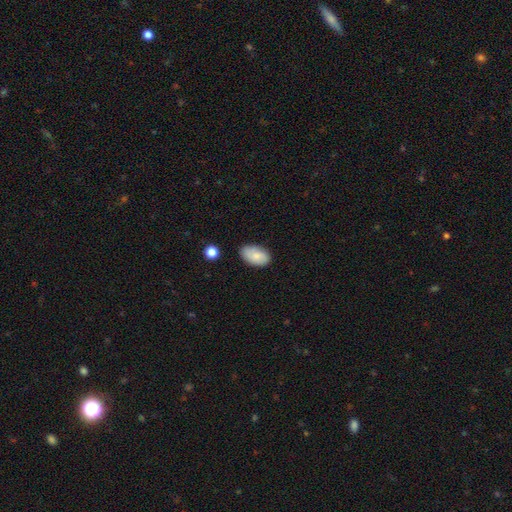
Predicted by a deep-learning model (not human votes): Smooth or featured?
  - smooth: 79% *
  - featured or disk: 14%
  - star or artifact: 7%
How rounded?
  - in between: 93% *
  - round: 6%
  - cigar-shaped: 1%
Merging?
  - none: 75% *
  - minor disturbance: 20%
  - major disturbance: 3%
  - merger: 2%